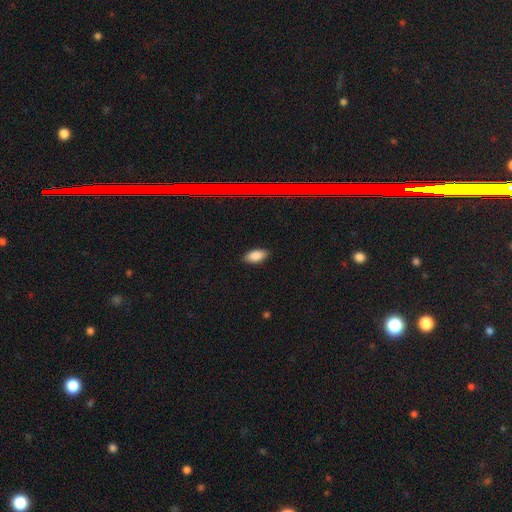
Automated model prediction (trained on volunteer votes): smooth-or-featured: smooth: 85% | star or artifact: 9% | featured or disk: 6%
  how-rounded: in between: 93% | round: 4% | cigar-shaped: 4%
  merging: none: 87% | minor disturbance: 10% | major disturbance: 2% | merger: 1%